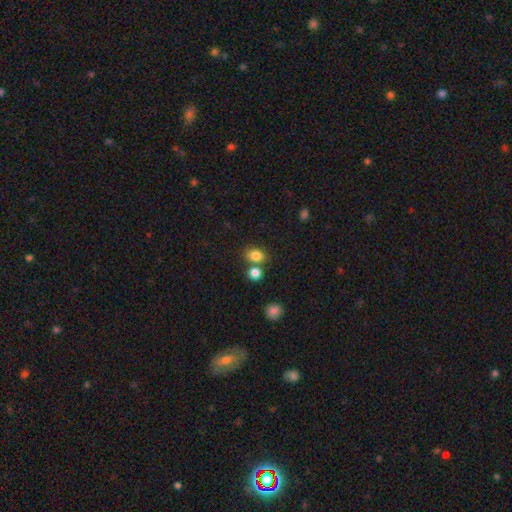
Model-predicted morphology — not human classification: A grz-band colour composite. It shows a smooth galaxy with no disk features (82%) that is in between round and cigar-shaped (53%). Merging: none (61%).